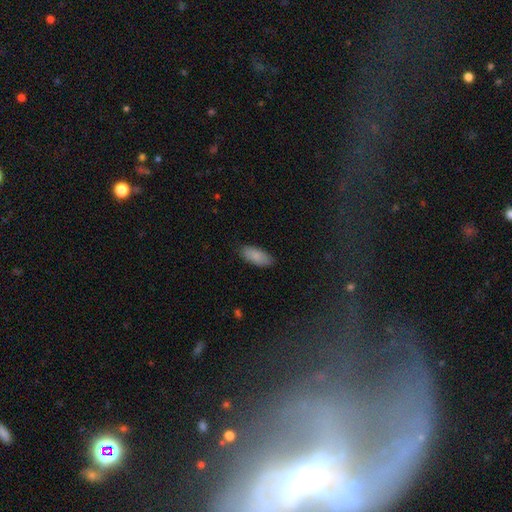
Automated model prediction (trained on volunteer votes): Smooth or featured: smooth — 86% (featured or disk — 8%)
How rounded: in between — 88% (cigar-shaped — 11%)
Merging: none — 85% (minor disturbance — 12%)